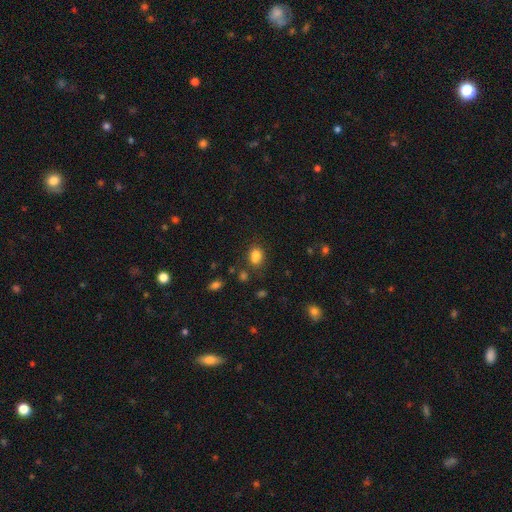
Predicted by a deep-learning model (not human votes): Smooth or featured: smooth — 82% (star or artifact — 12%)
How rounded: in between — 58% (round — 41%)
Merging: none — 66% (minor disturbance — 17%)